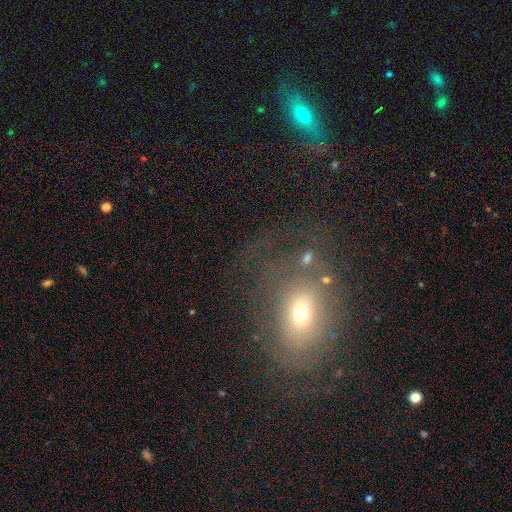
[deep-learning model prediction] Morphology: type=smooth (46%); merging=none (56%).